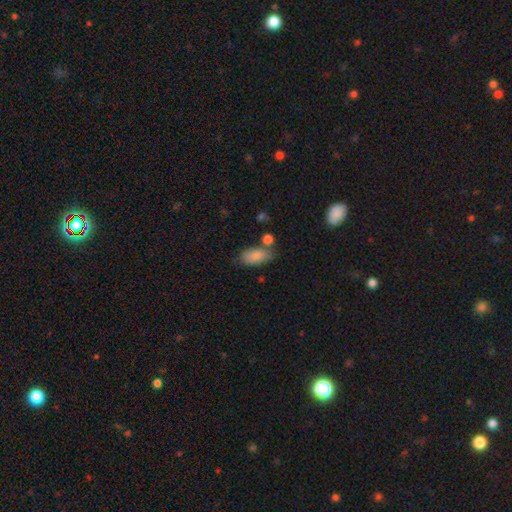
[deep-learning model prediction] This appears to be a smooth galaxy with no disk features (86%) that is in between round and cigar-shaped (91%). Merging: none (64%).